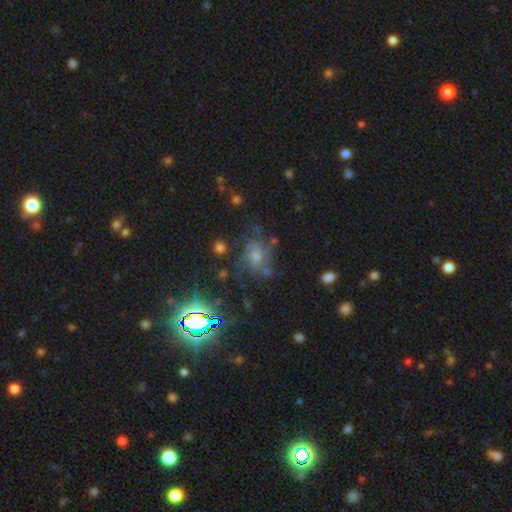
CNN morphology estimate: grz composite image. It shows a featured or disk galaxy (41%). Merging: none (64%).